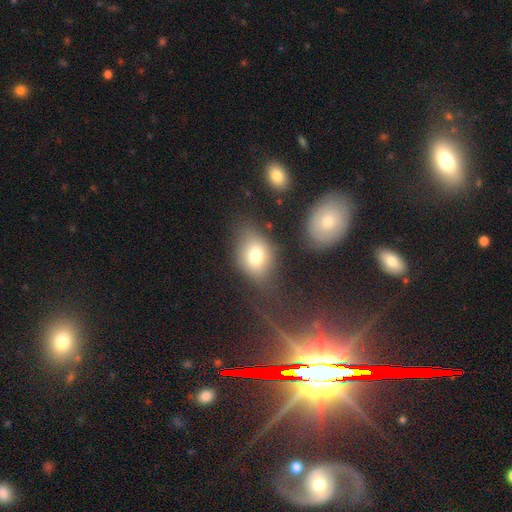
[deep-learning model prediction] Morphology: type=smooth (74%); roundness=in between (69%); merging=none (65%).